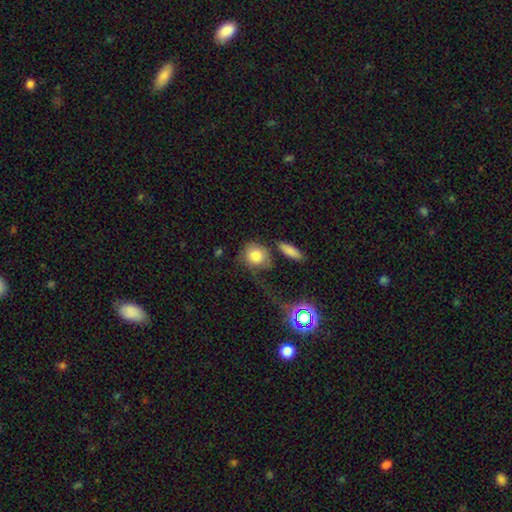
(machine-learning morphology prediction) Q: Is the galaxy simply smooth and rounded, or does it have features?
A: smooth — 79%.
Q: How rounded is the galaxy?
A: round — 67%.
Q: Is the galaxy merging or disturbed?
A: none — 40%.